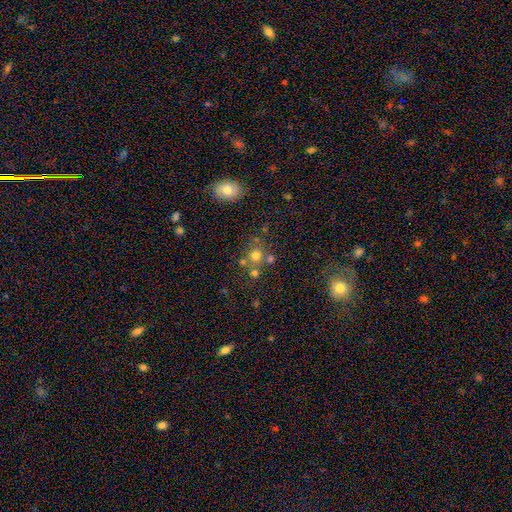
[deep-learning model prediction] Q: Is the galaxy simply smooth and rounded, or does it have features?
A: smooth — 67%.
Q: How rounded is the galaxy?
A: round — 85%.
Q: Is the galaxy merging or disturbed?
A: none — 59%.